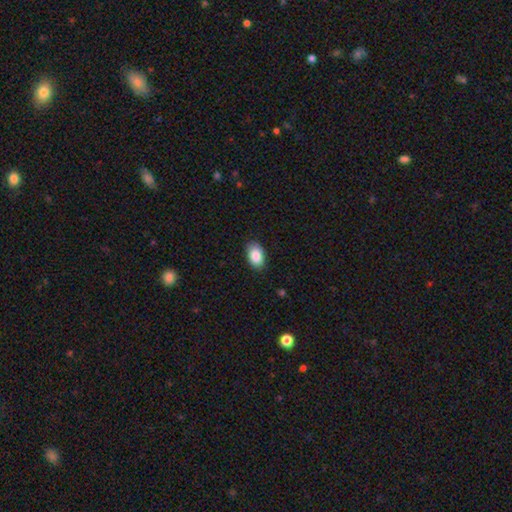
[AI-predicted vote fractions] Smooth or featured: smooth — 87% (star or artifact — 7%)
How rounded: in between — 91% (round — 7%)
Merging: none — 87% (minor disturbance — 10%)